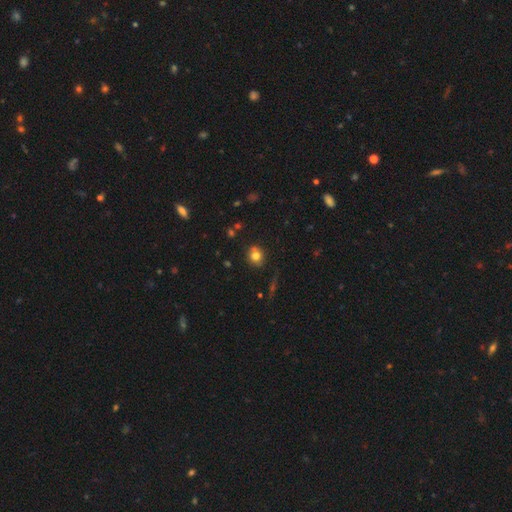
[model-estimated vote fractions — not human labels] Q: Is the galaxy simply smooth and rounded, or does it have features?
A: smooth — 77%.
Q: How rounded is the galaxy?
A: round — 75%.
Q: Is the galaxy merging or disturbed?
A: none — 77%.